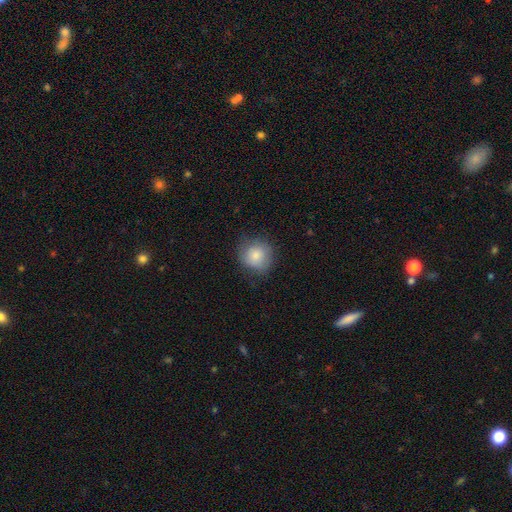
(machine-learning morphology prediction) This appears to be a smooth galaxy with no disk features (81%) that is round (86%). Merging: none (73%).